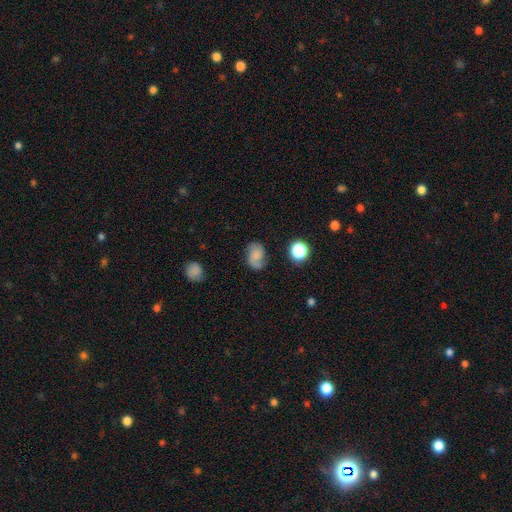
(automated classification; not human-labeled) Overall: featured or disk (46%; smooth 42%). Merging: none (65%).